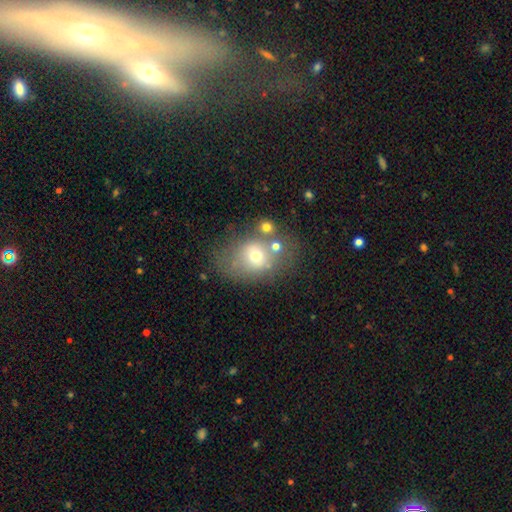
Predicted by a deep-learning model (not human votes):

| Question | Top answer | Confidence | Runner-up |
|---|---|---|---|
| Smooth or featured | smooth | 61% | featured or disk (26%) |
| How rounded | in between | 59% | round (40%) |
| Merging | none | 54% | minor disturbance (19%) |